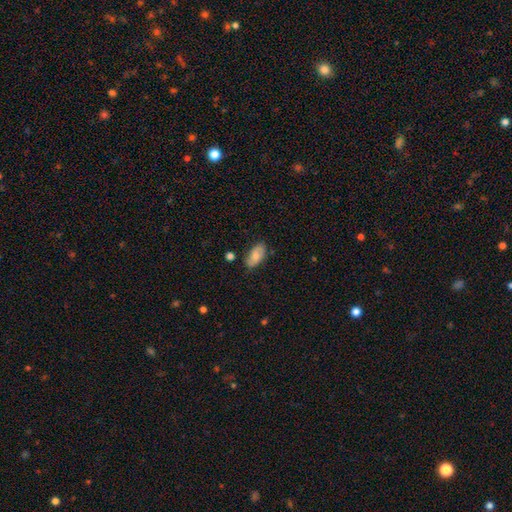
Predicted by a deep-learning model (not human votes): Q: Smooth or featured?
A: smooth (73%); runner-up: featured or disk (21%)
Q: How rounded?
A: in between (93%); runner-up: cigar-shaped (4%)
Q: Merging?
A: none (76%); runner-up: minor disturbance (18%)